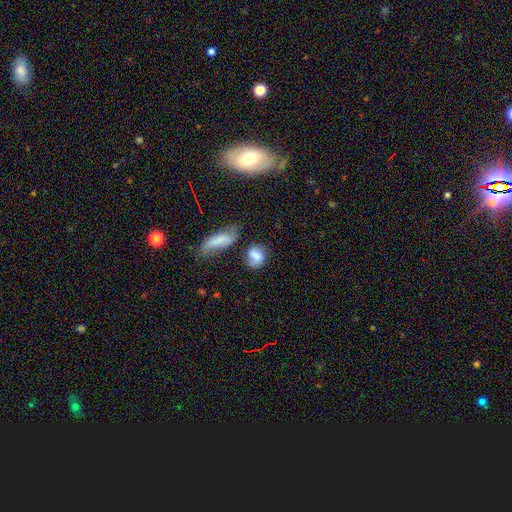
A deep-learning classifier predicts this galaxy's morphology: smooth-or-featured: smooth: 68% | featured or disk: 23% | star or artifact: 10%
  how-rounded: in between: 56% | round: 40% | cigar-shaped: 4%
  merging: none: 49% | minor disturbance: 23% | merger: 17% | major disturbance: 10%